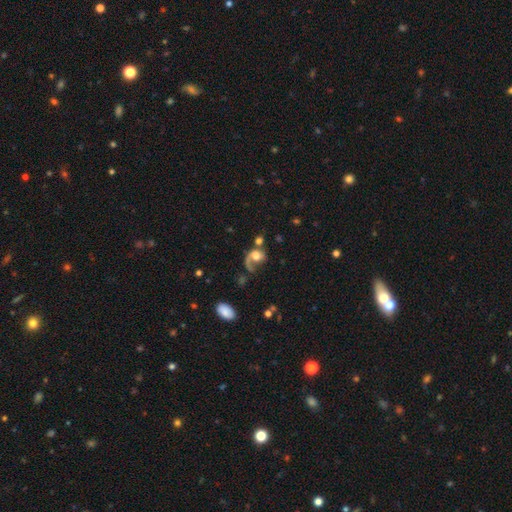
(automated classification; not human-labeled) A featured or disk galaxy (54%) with no bar (75%), spiral arms (81%) and a large central bulge (38%).

Vote fractions:
- Smooth or featured? featured or disk: 54% / smooth: 36% / star or artifact: 10%
- Edge-on disk? no: 97% / yes: 3%
- Bar? no: 75% / weak: 20% / strong: 5%
- Spiral arms? yes: 81% / no: 19%
- Bulge size? large: 38% / moderate: 37% / small: 12% / dominant: 7% / none: 7%
- Merging? major disturbance: 44% / none: 25% / merger: 18% / minor disturbance: 13%